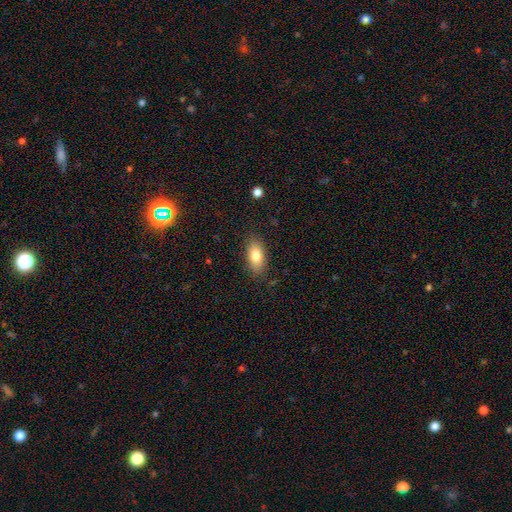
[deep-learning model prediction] smooth 82%, featured or disk 11%, star or artifact 7%. Down the decision tree: how rounded — in between (88%); merging — none (84%).